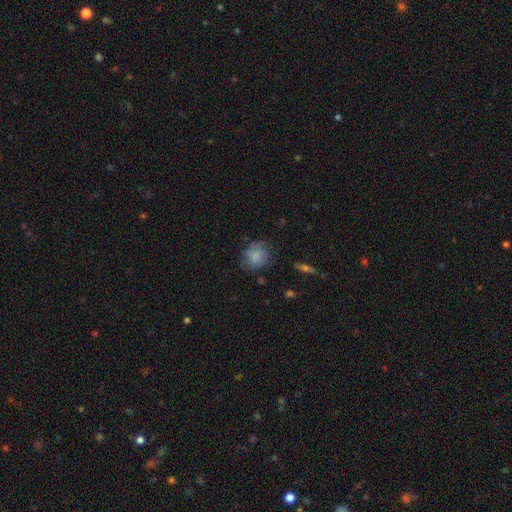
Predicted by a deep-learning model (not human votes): This is likely a smooth galaxy (72%). How rounded: likely round (68%). Merging: likely none (62%).